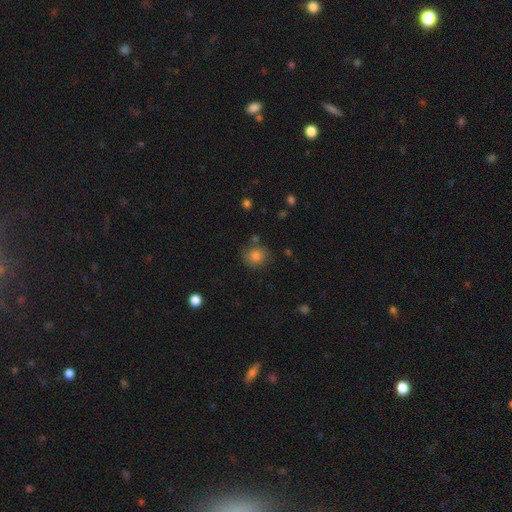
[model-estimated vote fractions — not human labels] Overall: smooth (82%). How rounded: round (86%). Merging: none (79%).